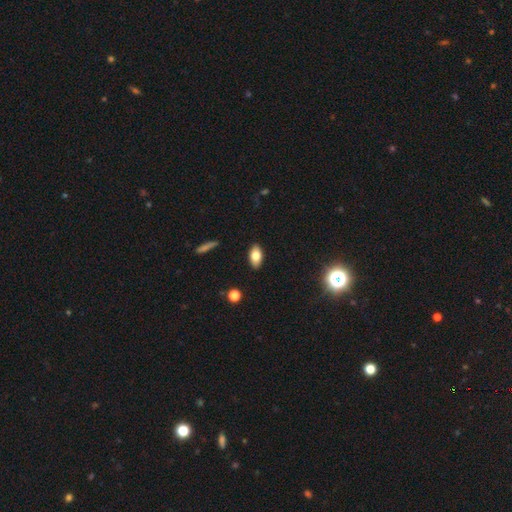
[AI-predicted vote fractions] smooth-or-featured: smooth: 77% | featured or disk: 14% | star or artifact: 9%
  how-rounded: in between: 91% | round: 5% | cigar-shaped: 4%
  merging: none: 88% | minor disturbance: 9% | major disturbance: 2% | merger: 1%